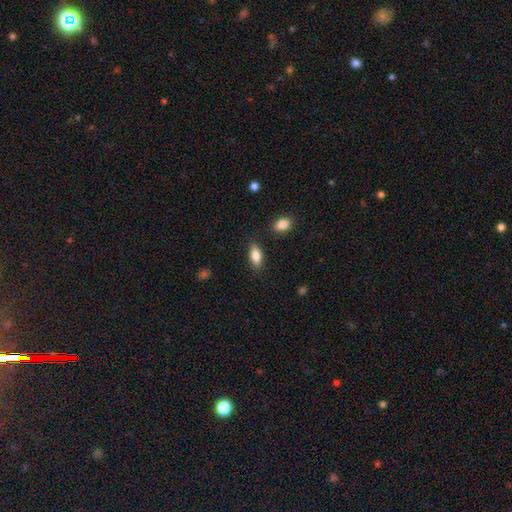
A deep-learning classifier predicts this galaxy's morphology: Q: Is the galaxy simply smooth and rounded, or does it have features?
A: smooth — 82%.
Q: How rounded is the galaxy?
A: in between — 82%.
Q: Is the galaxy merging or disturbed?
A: none — 85%.